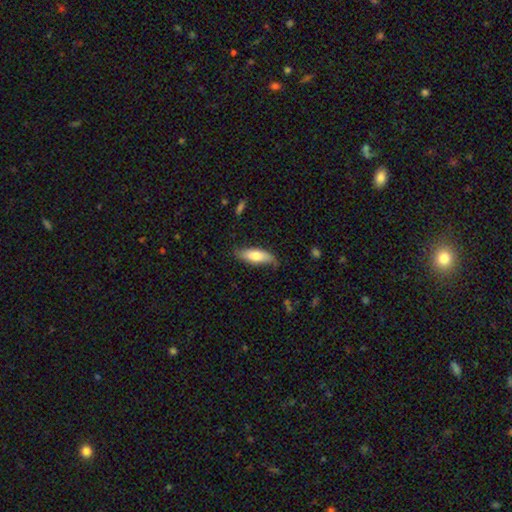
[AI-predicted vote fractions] A smooth galaxy with no disk features (71%) that is in between round and cigar-shaped (60%). Merging: none (74%).